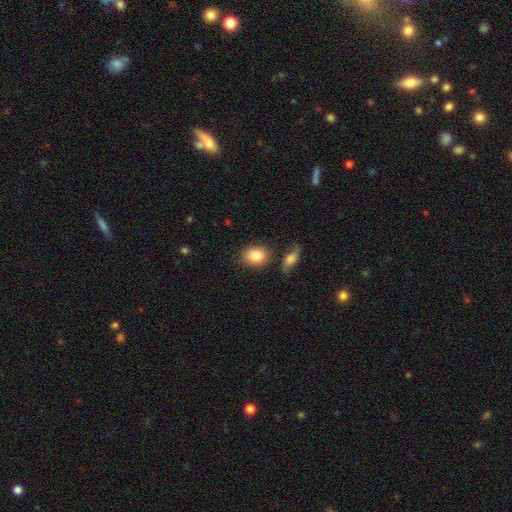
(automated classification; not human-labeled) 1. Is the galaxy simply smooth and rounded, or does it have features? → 86% smooth, 7% featured or disk, 7% star or artifact.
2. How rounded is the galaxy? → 65% in between, 33% round, 1% cigar-shaped.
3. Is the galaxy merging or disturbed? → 77% none, 12% minor disturbance, 8% merger, 3% major disturbance.